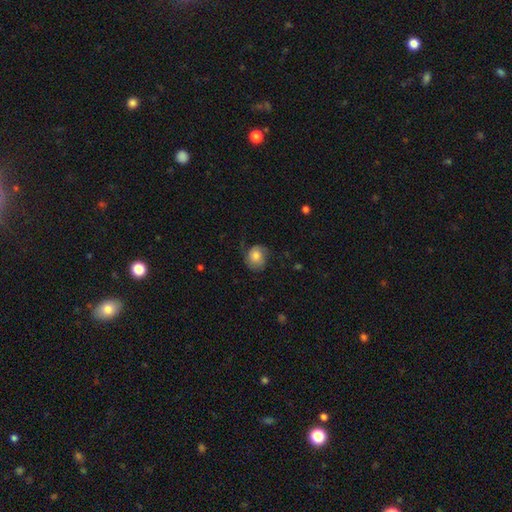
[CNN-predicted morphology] Overall: smooth (68%). How rounded: round (72%). Merging: none (59%; minor disturbance 27%).